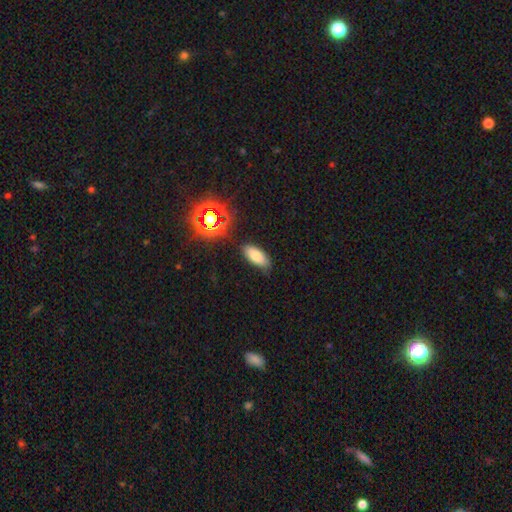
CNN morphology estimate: Smooth or featured?
  - smooth: 77% *
  - star or artifact: 14%
  - featured or disk: 9%
How rounded?
  - in between: 85% *
  - cigar-shaped: 11%
  - round: 3%
Merging?
  - none: 80% *
  - minor disturbance: 14%
  - major disturbance: 3%
  - merger: 2%